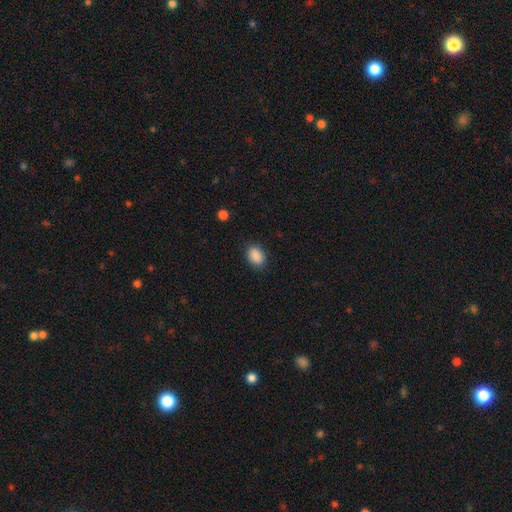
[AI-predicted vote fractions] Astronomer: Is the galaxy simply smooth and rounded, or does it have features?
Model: smooth — 89%.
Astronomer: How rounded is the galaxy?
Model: in between — 79%.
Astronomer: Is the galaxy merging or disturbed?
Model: none — 85%.